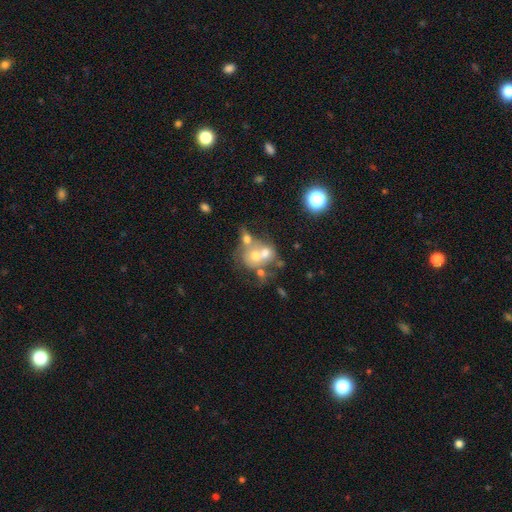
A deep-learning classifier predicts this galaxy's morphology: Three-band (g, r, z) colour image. It shows a smooth galaxy with no disk features (50%). Merging: merger (63%).